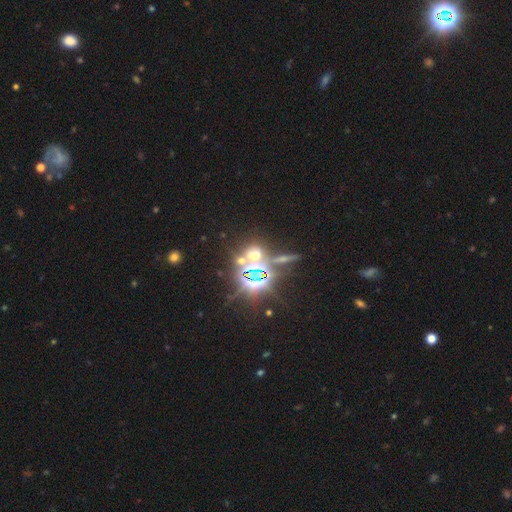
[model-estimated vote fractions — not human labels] A star or artifact, not a galaxy (60%).

Vote fractions:
- Smooth or featured? star or artifact: 60% / smooth: 28% / featured or disk: 12%